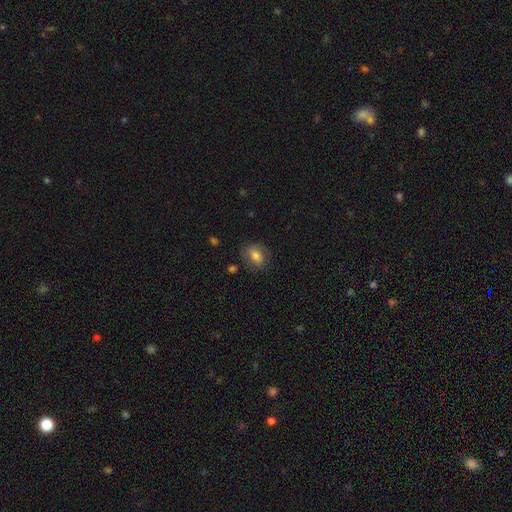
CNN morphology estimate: smooth-or-featured: smooth: 74% | featured or disk: 17% | star or artifact: 9%
  how-rounded: in between: 60% | round: 39% | cigar-shaped: 1%
  merging: none: 74% | minor disturbance: 17% | major disturbance: 7% | merger: 2%